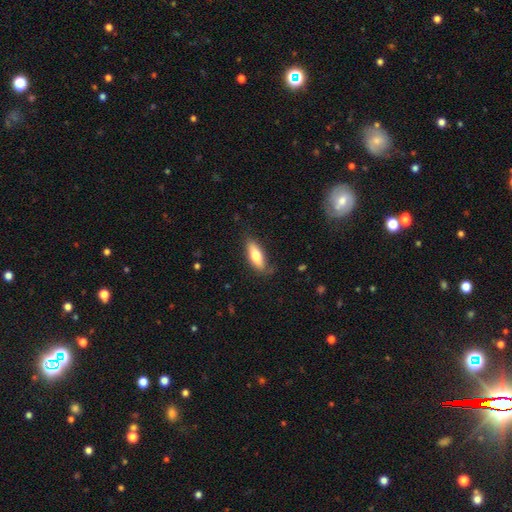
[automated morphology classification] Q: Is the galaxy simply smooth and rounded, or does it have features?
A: smooth — 71%.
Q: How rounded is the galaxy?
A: in between — 62%.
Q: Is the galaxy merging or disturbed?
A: none — 78%.